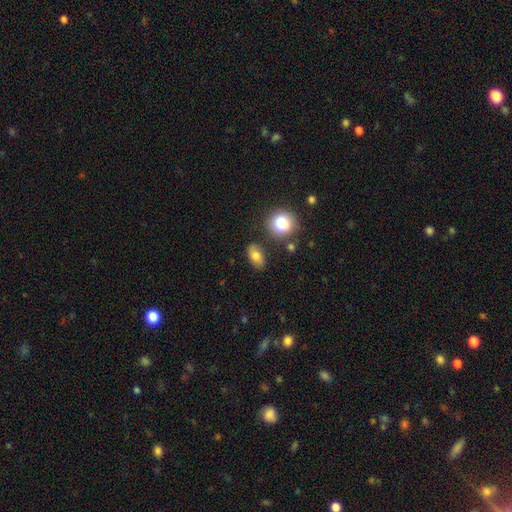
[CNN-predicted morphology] smooth-or-featured: smooth: 80% | featured or disk: 11% | star or artifact: 9%
  how-rounded: in between: 85% | round: 12% | cigar-shaped: 3%
  merging: none: 80% | minor disturbance: 12% | merger: 5% | major disturbance: 3%